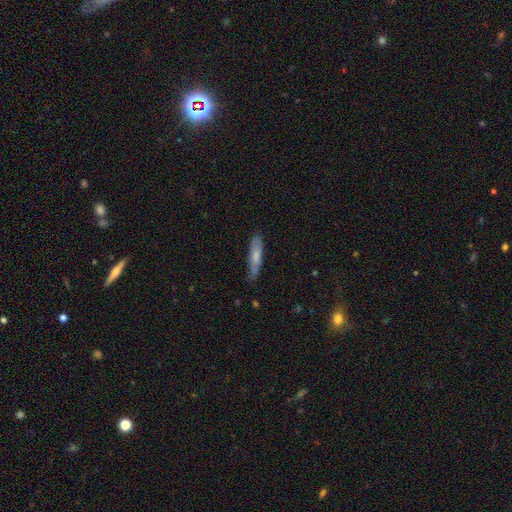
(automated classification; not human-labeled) Smooth or featured? Predicted: smooth (p=0.66). How rounded? Predicted: cigar-shaped (p=0.79). Merging? Predicted: none (p=0.75).